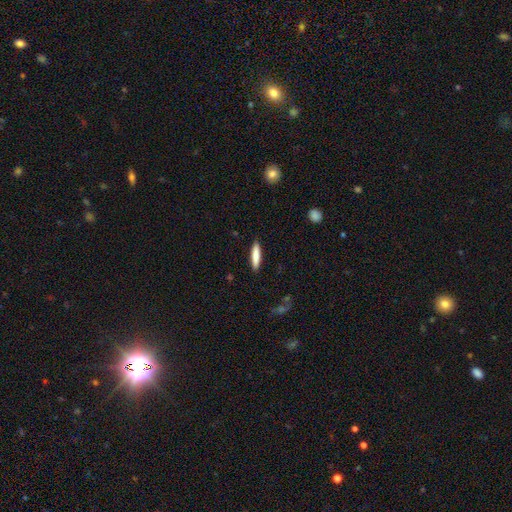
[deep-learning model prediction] Overall: smooth (80%). How rounded: cigar-shaped (85%). Merging: none (90%).